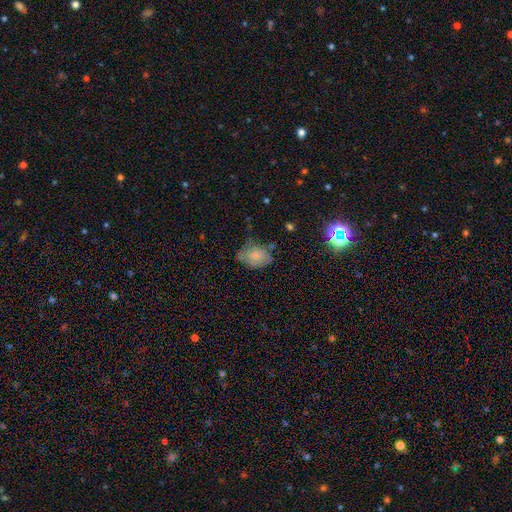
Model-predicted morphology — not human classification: This is likely a smooth galaxy (71%). How rounded: likely in between (75%). Merging: possibly none (46%).